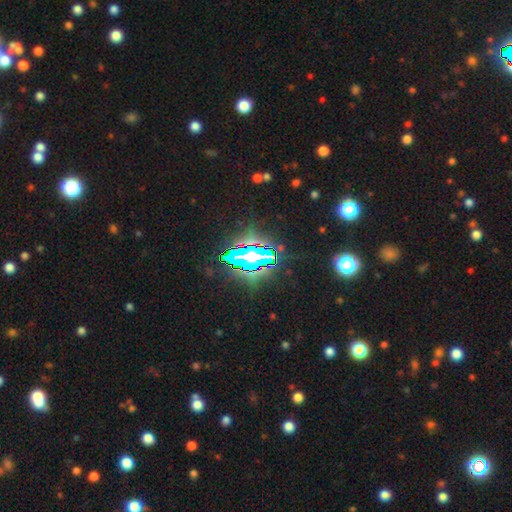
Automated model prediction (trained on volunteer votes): Smooth or featured: star or artifact — 75% (smooth — 14%)